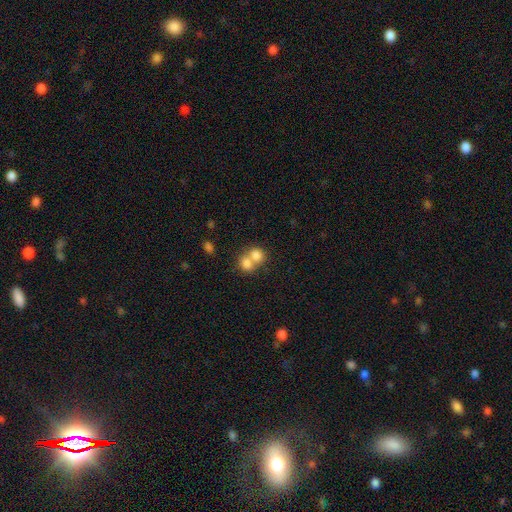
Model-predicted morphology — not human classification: A smooth galaxy with no disk features (78%) that is round (66%).

Vote fractions:
- Smooth or featured? smooth: 78% / featured or disk: 13% / star or artifact: 9%
- How rounded? round: 66% / in between: 33% / cigar-shaped: 1%
- Merging? merger: 67% / none: 25% / minor disturbance: 5% / major disturbance: 3%